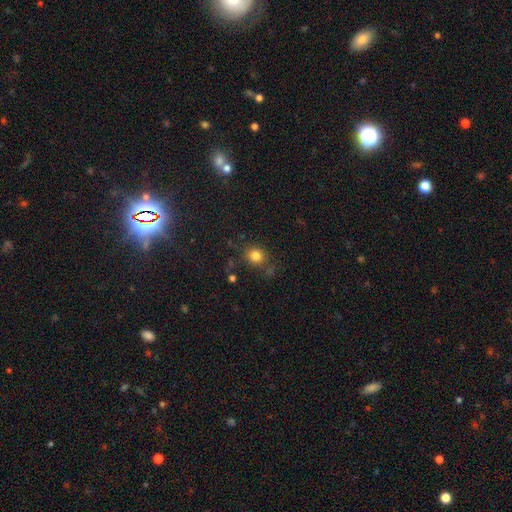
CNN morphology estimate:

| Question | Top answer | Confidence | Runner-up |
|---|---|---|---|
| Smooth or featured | smooth | 81% | star or artifact (13%) |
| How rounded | round | 80% | in between (19%) |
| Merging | none | 77% | minor disturbance (13%) |